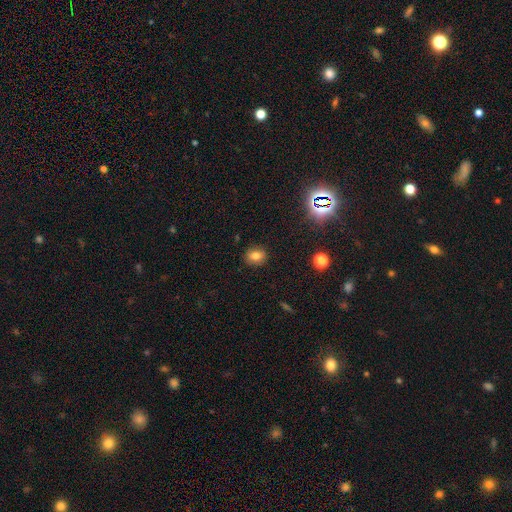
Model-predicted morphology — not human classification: This appears to be a smooth galaxy with no disk features (76%) that is round (60%). Merging: none (88%).